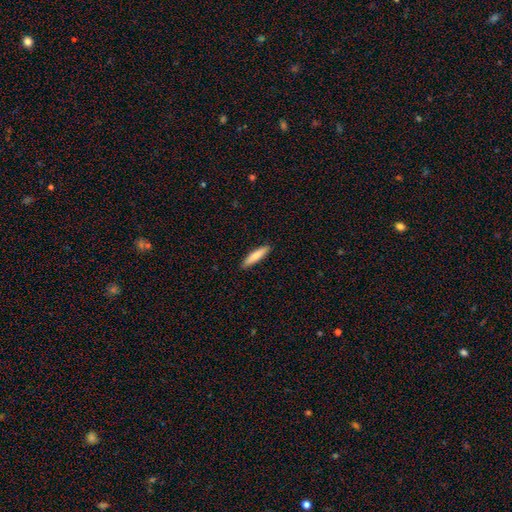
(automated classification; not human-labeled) Smooth or featured? smooth (81%)
How rounded? cigar-shaped (81%)
Merging? none (90%)